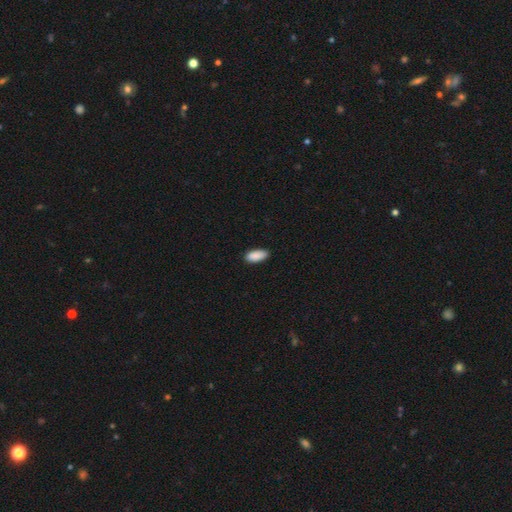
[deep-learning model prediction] smooth 91%, star or artifact 6%, featured or disk 3%. Down the decision tree: how rounded — in between (88%); merging — none (86%).